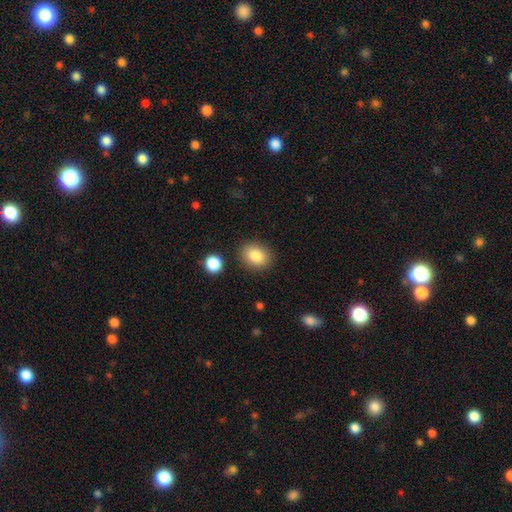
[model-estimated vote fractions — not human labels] Q: Smooth or featured?
A: smooth (84%); runner-up: star or artifact (9%)
Q: How rounded?
A: in between (58%); runner-up: round (41%)
Q: Merging?
A: none (85%); runner-up: minor disturbance (9%)